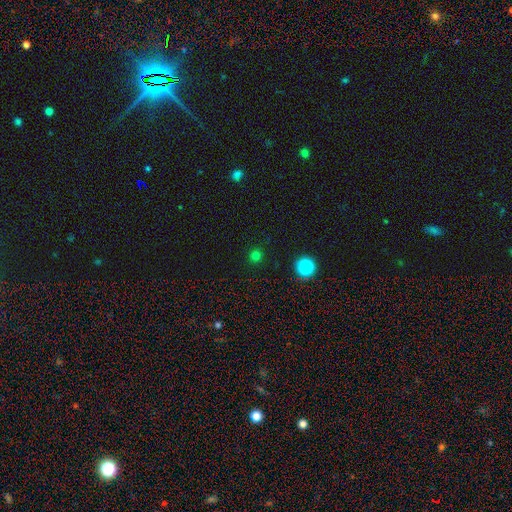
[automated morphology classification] smooth-or-featured: smooth: 74% | star or artifact: 22% | featured or disk: 4%
  how-rounded: round: 94% | in between: 5% | cigar-shaped: 1%
  merging: none: 91% | minor disturbance: 6% | major disturbance: 2% | merger: 1%